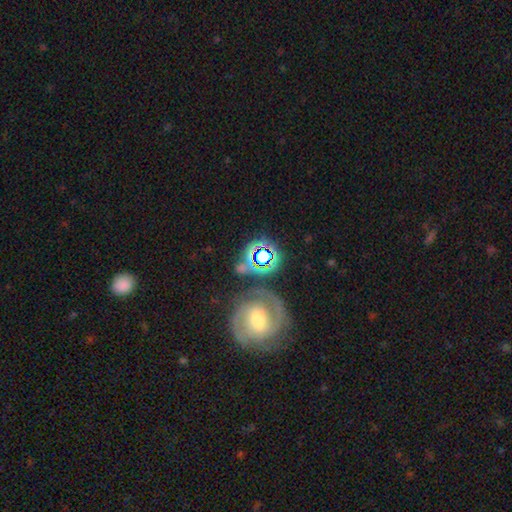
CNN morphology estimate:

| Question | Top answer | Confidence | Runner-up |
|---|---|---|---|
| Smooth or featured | featured or disk | 49% | star or artifact (26%) |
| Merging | none | 71% | minor disturbance (12%) |